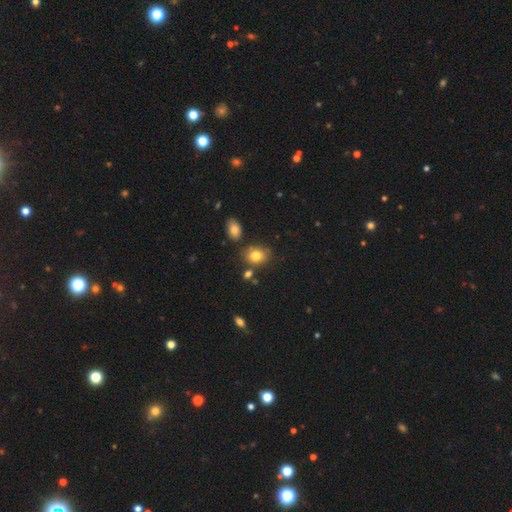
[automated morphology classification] This appears to be a smooth galaxy with no disk features (80%) that is in between round and cigar-shaped (54%). Merging: none (72%).